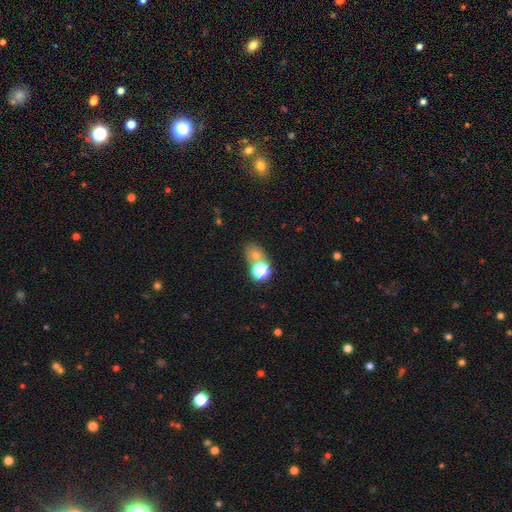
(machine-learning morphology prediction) smooth 62%, star or artifact 25%, featured or disk 13%. Down the decision tree: how rounded — round (51%); merging — none (48%).